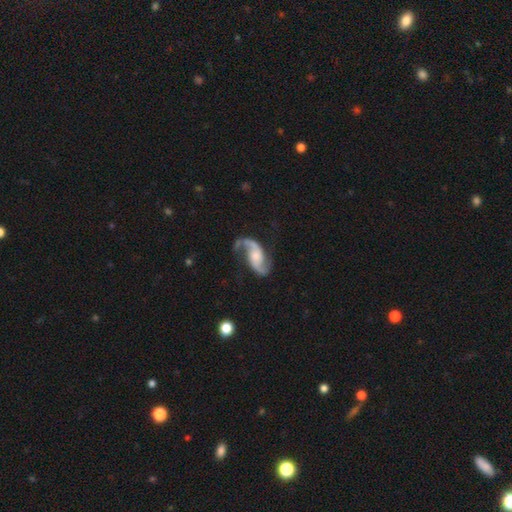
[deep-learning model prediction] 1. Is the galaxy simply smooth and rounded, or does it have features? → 89% featured or disk, 7% smooth, 4% star or artifact.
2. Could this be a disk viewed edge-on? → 97% no, 3% yes.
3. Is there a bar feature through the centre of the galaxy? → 53% no, 34% weak, 13% strong.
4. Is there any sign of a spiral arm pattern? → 97% yes, 3% no.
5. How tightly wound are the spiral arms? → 58% loose, 34% medium, 8% tight.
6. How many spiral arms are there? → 92% 2, 3% 1, 2% can't tell, 1% 3, 1% 4, 1% more than 4.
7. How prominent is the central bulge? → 41% moderate, 35% small, 11% none, 11% large, 2% dominant.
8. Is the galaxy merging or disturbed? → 68% none, 17% minor disturbance, 12% major disturbance, 3% merger.